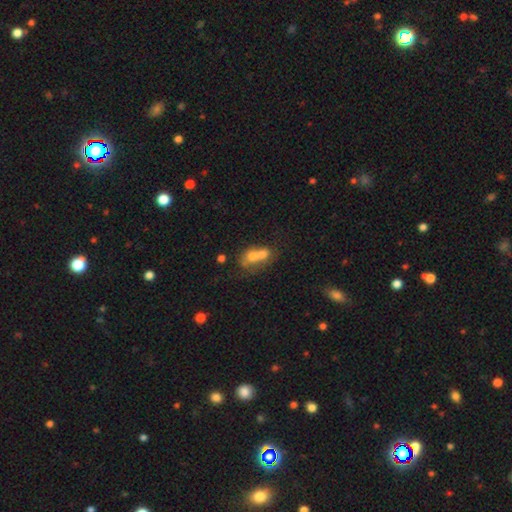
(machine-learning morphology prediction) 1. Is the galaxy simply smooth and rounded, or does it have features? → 63% smooth, 27% featured or disk, 11% star or artifact.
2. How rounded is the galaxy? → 56% in between, 41% round, 3% cigar-shaped.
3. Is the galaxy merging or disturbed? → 71% merger, 17% none, 7% minor disturbance, 5% major disturbance.